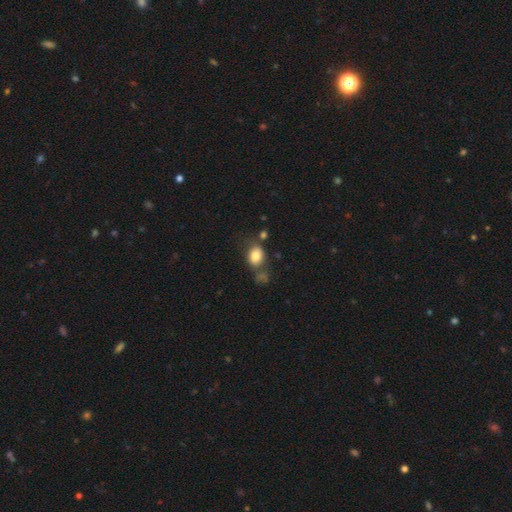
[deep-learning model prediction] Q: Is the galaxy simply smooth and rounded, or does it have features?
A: smooth — 80%.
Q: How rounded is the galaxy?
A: in between — 61%.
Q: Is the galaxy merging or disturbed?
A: none — 61%.